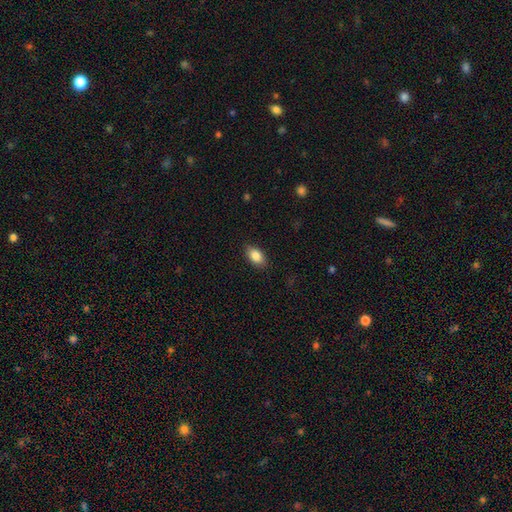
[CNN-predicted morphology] Smooth or featured? Predicted: smooth (p=0.86). How rounded? Predicted: in between (p=0.90). Merging? Predicted: none (p=0.87).